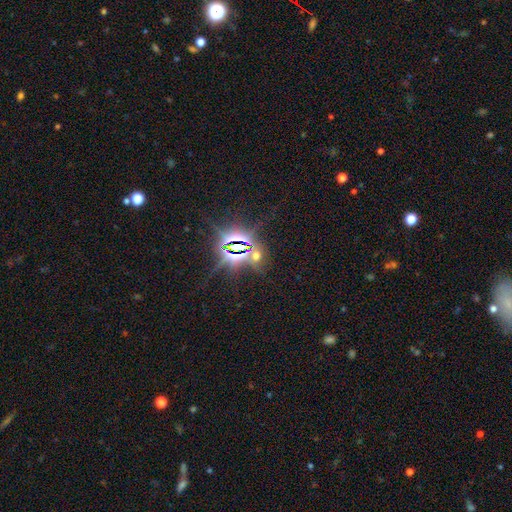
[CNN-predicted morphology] Overall: star or artifact (70%).